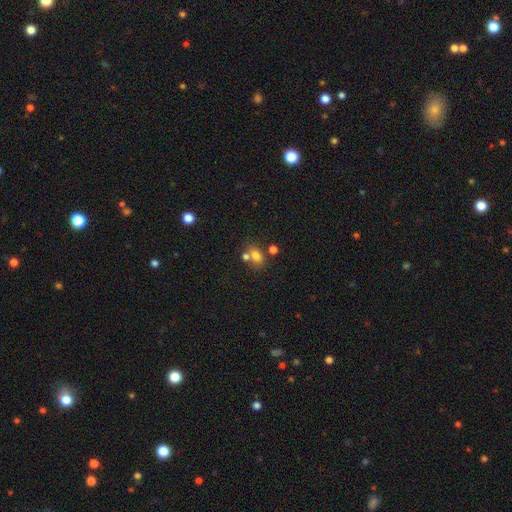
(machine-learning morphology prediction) A smooth galaxy with no disk features (74%) that is in between round and cigar-shaped (70%). Merging: none (49%).